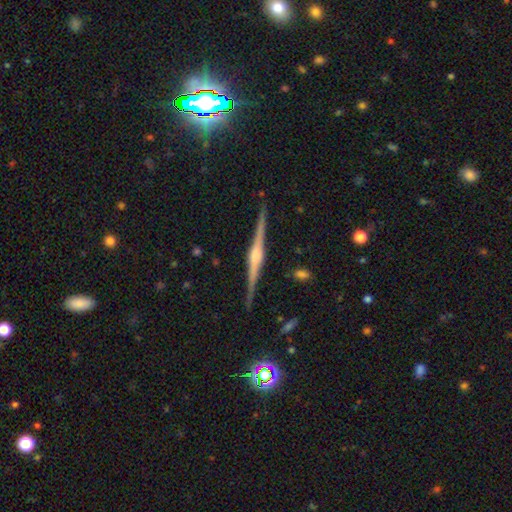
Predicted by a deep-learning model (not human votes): featured or disk 87%, smooth 7%, star or artifact 5%. Down the decision tree: edge-on disk — yes (99%); edge-on bulge — rounded (75%); merging — none (88%).